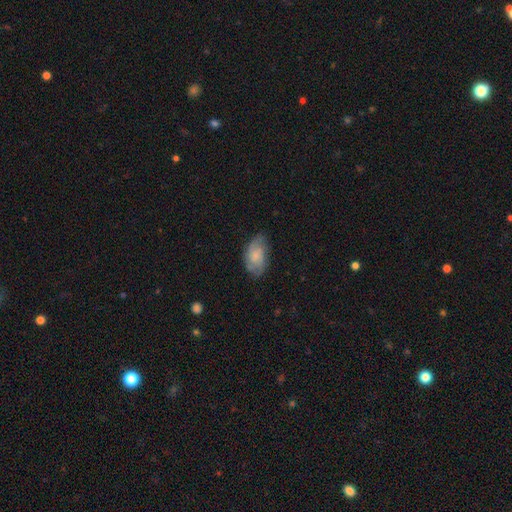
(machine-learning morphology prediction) This is possibly a smooth galaxy (59%). How rounded: clearly in between (92%). Merging: likely none (60%).